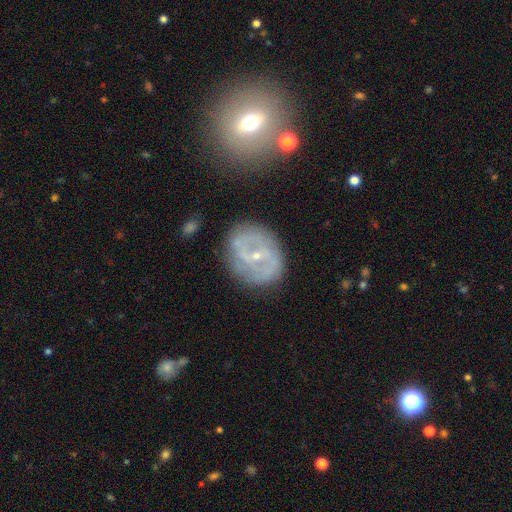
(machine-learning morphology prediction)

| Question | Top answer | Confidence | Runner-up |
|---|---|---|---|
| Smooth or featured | featured or disk | 78% | smooth (15%) |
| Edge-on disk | no | 97% | yes (3%) |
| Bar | weak | 45% | no (32%) |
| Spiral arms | yes | 75% | no (25%) |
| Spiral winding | medium | 42% | tight (37%) |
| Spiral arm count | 2 | 66% | can't tell (21%) |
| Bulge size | small | 75% | moderate (22%) |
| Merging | none | 75% | minor disturbance (16%) |